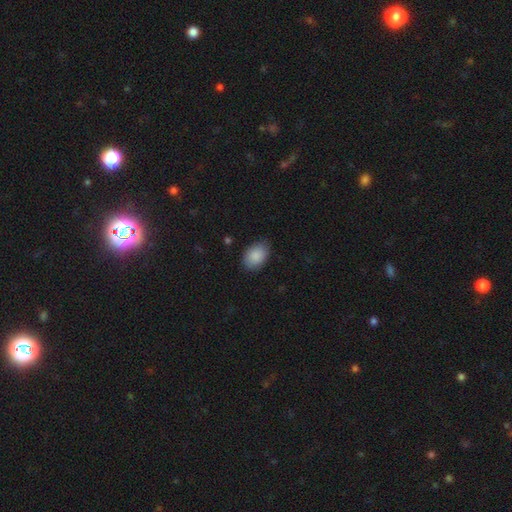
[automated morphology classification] Smooth or featured? Predicted: smooth (p=0.89). How rounded? Predicted: in between (p=0.86). Merging? Predicted: none (p=0.81).